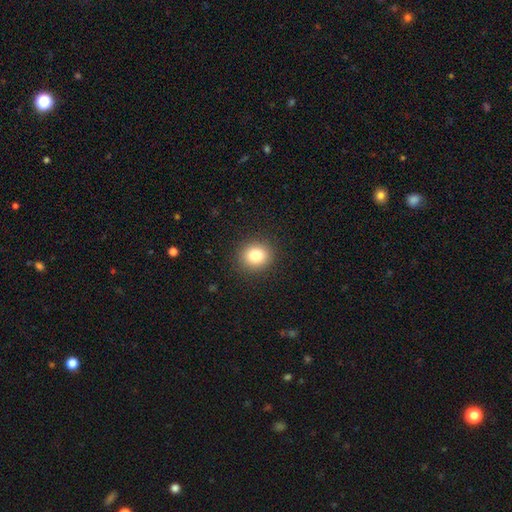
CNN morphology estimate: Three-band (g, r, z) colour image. It shows a smooth galaxy with no disk features (84%) that is round (79%). Merging: none (90%).